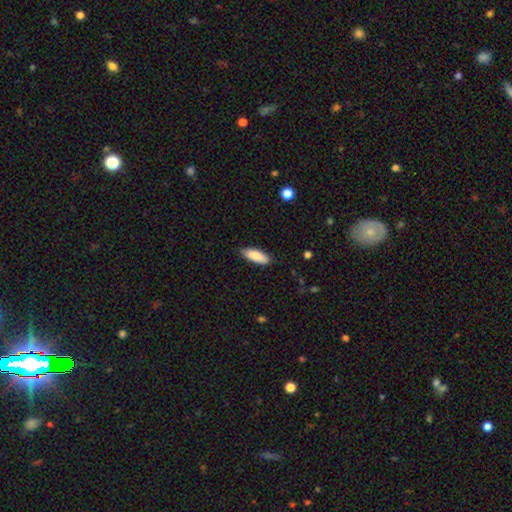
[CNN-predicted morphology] Smooth or featured? smooth (86%)
How rounded? in between (69%)
Merging? none (85%)